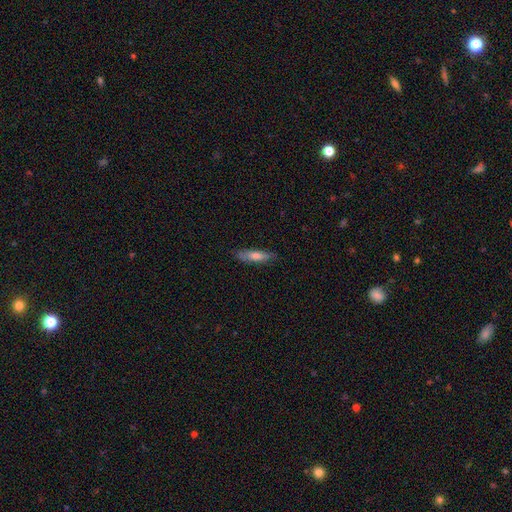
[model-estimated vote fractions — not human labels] This appears to be a smooth galaxy with no disk features (66%) that is cigar-shaped (67%). Merging: none (81%).